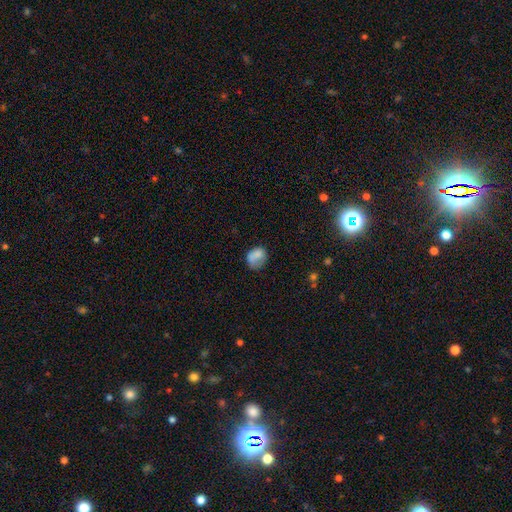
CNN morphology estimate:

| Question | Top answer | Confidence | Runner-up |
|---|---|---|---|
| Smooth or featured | smooth | 74% | featured or disk (16%) |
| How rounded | round | 50% | in between (49%) |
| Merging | none | 44% | minor disturbance (29%) |